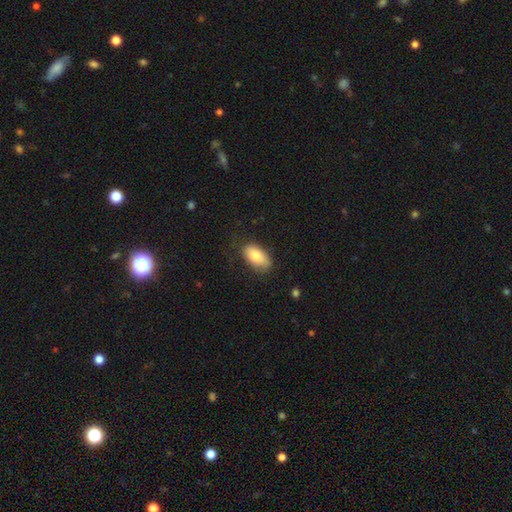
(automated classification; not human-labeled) The model was most divided on "merging": none: 74%, minor disturbance: 20%, major disturbance: 5%, merger: 1%. More confident: how rounded — in between (93%); smooth or featured — smooth (80%).